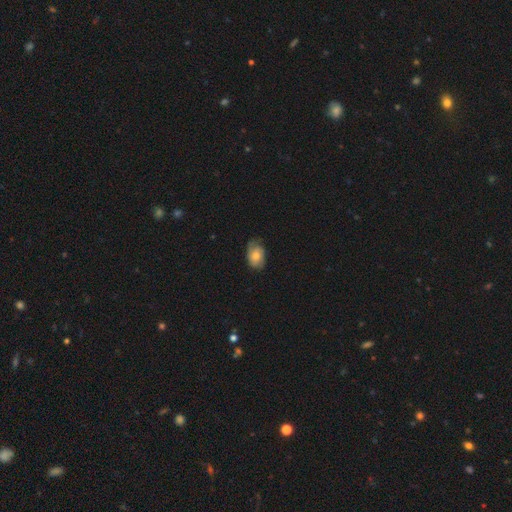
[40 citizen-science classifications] Morphology: type=smooth (75%); roundness=in between (93%); merging=none (56%).